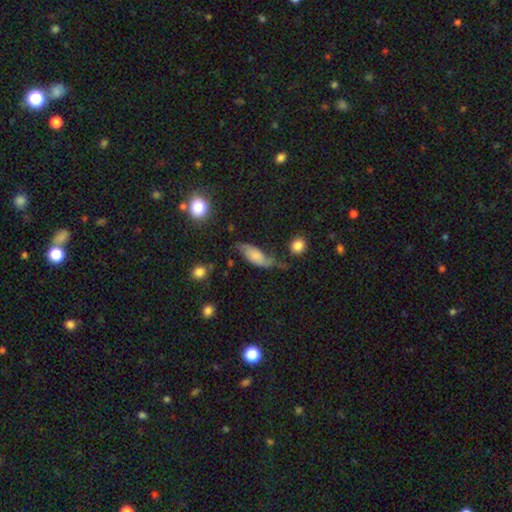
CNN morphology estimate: The model was most divided on "smooth or featured": smooth: 52%, featured or disk: 40%, star or artifact: 8%. Remaining: how rounded — in between (69%); merging — none (47%).